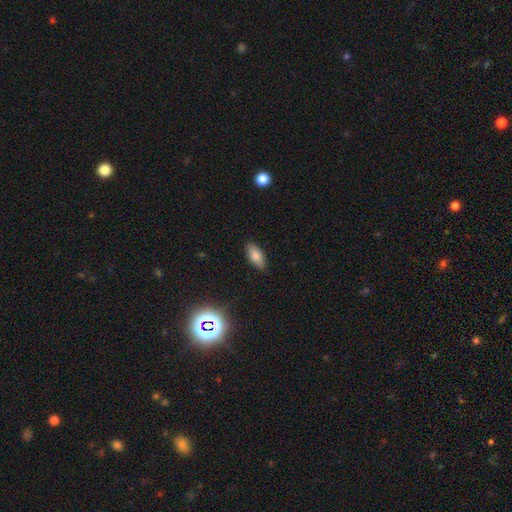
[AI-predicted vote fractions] This is clearly a smooth galaxy (80%). How rounded: clearly in between (87%). Merging: clearly none (87%).